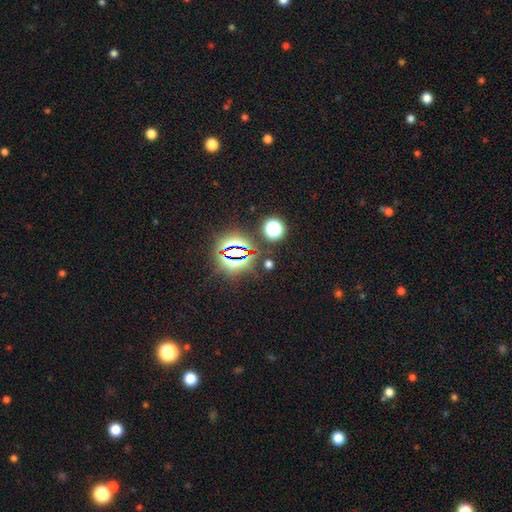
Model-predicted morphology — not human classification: Q: Smooth or featured?
A: star or artifact (83%); runner-up: smooth (10%)